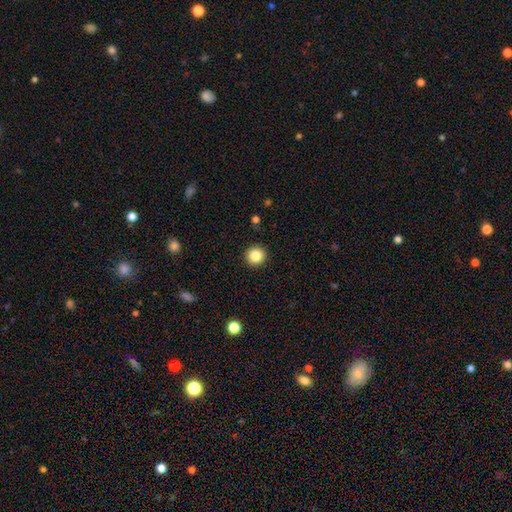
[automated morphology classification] This appears to be a smooth galaxy with no disk features (85%) that is round (95%). Merging: none (93%).